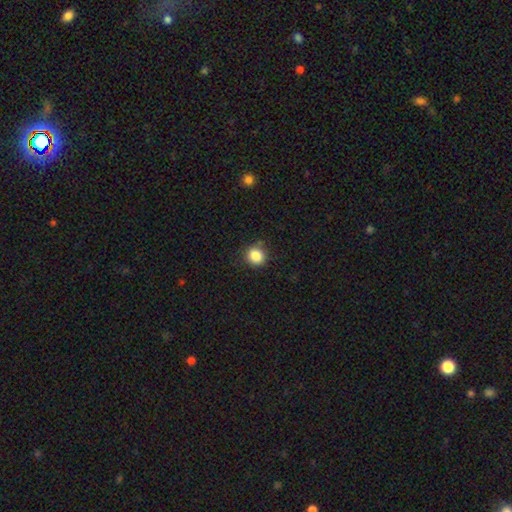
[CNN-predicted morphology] Smooth or featured? Predicted: smooth (p=0.85). How rounded? Predicted: round (p=0.84). Merging? Predicted: none (p=0.84).